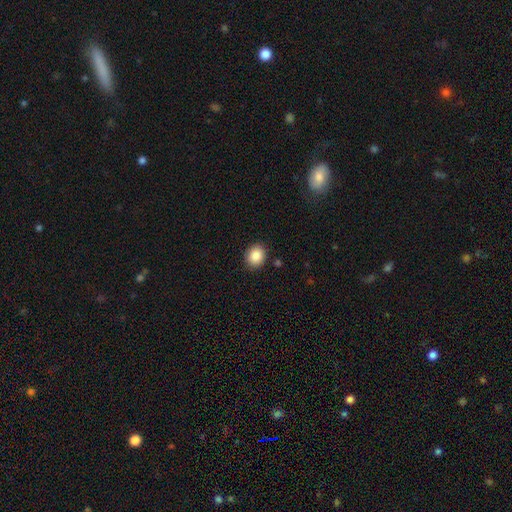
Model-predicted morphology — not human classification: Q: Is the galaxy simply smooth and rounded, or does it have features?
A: smooth — 88%.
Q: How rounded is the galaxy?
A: round — 64%.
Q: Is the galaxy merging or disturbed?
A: none — 88%.